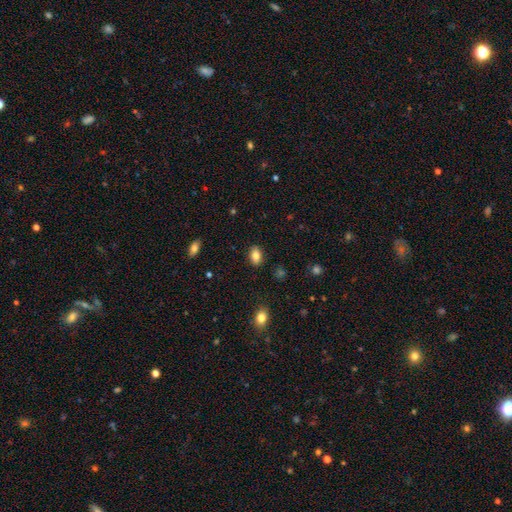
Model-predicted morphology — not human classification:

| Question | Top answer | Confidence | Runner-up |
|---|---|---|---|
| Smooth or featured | smooth | 83% | featured or disk (9%) |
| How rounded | in between | 87% | round (11%) |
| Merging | none | 88% | minor disturbance (9%) |